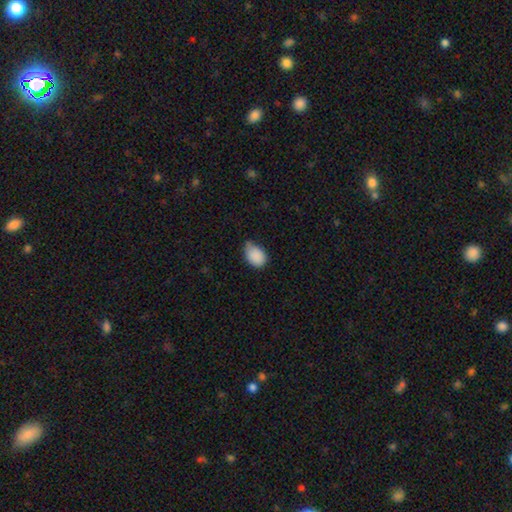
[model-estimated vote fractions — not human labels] smooth-or-featured: smooth: 88% | star or artifact: 8% | featured or disk: 5%
  how-rounded: in between: 73% | round: 26% | cigar-shaped: 1%
  merging: minor disturbance: 48% | none: 39% | major disturbance: 9% | merger: 3%